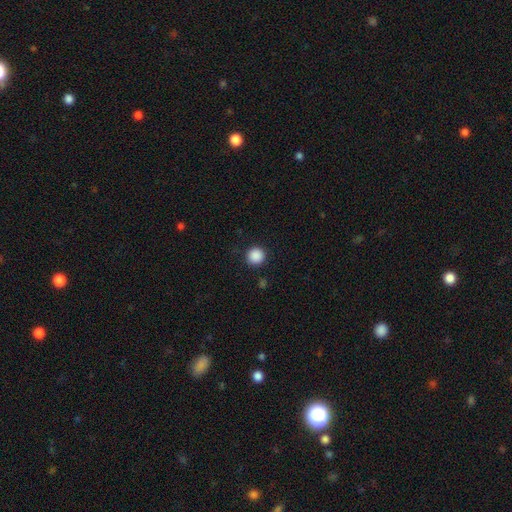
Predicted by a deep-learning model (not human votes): Smooth or featured?
  - smooth: 89% *
  - star or artifact: 9%
  - featured or disk: 2%
How rounded?
  - round: 95% *
  - in between: 4%
  - cigar-shaped: 1%
Merging?
  - none: 91% *
  - minor disturbance: 6%
  - major disturbance: 2%
  - merger: 1%